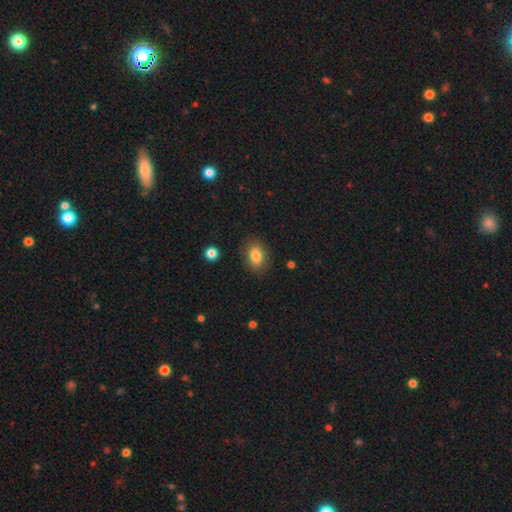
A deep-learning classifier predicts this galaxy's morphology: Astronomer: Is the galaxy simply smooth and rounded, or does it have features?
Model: smooth — 82%.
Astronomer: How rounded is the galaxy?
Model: in between — 78%.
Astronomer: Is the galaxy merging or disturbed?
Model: none — 85%.